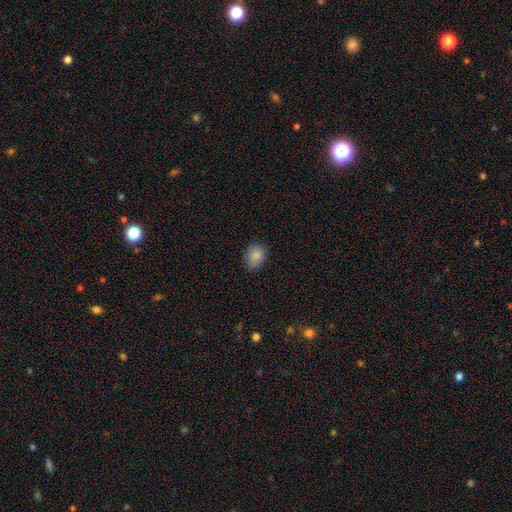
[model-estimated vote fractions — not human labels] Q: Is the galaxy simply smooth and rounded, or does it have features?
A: smooth — 86%.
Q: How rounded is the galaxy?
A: in between — 62%.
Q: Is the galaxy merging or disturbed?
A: none — 78%.